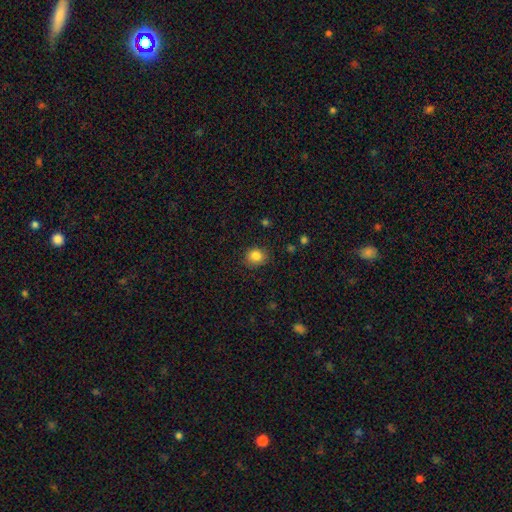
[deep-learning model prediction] A smooth galaxy with no disk features (85%) that is round (70%). Merging: none (83%).